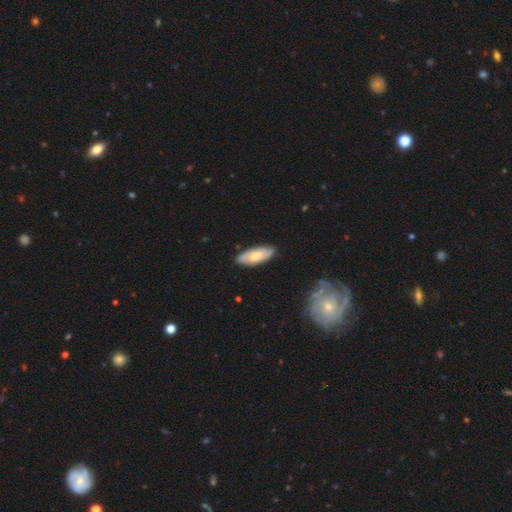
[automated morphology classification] Q: Smooth or featured?
A: smooth (56%); runner-up: featured or disk (38%)
Q: How rounded?
A: in between (80%); runner-up: cigar-shaped (18%)
Q: Merging?
A: none (83%); runner-up: minor disturbance (14%)